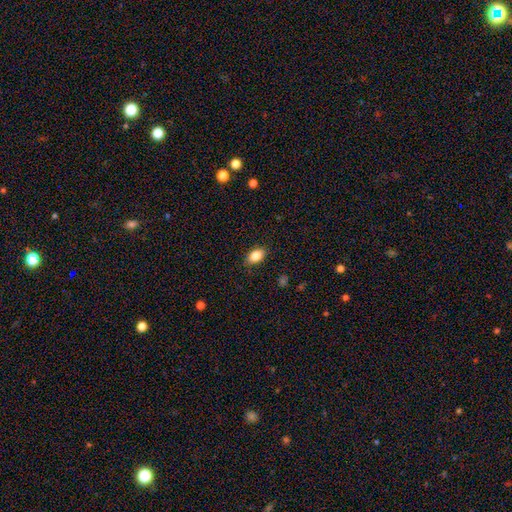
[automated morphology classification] A smooth galaxy with no disk features (85%) that is in between round and cigar-shaped (88%). Merging: none (86%).